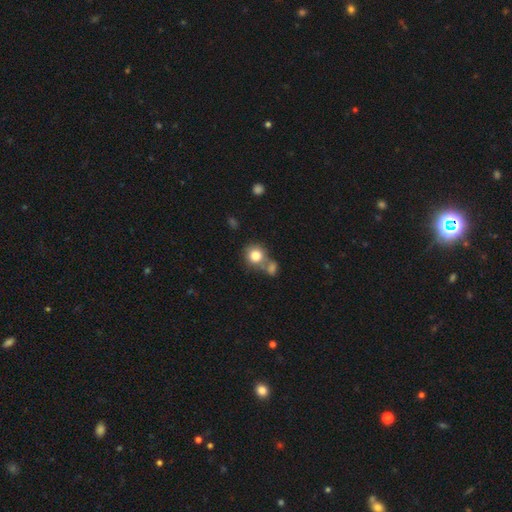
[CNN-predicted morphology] Q: Smooth or featured?
A: smooth (81%); runner-up: featured or disk (10%)
Q: How rounded?
A: round (83%); runner-up: in between (16%)
Q: Merging?
A: none (48%); runner-up: merger (37%)